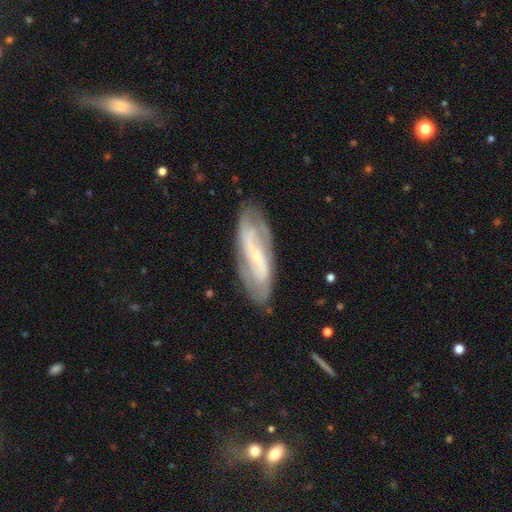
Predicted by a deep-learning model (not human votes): smooth_or_featured: featured or disk (p=0.77) [alt: smooth p=0.17]
disk_edge_on: no (p=0.87) [alt: yes p=0.13]
bar: weak (p=0.36) [alt: no p=0.32]
has_spiral_arms: yes (p=0.86) [alt: no p=0.14]
spiral_winding: tight (p=0.39) [tied with: medium p=0.39]
spiral_arm_count: 2 (p=0.60) [alt: can't tell p=0.26]
bulge_size: small (p=0.79) [alt: moderate p=0.15]
merging: none (p=0.78) [alt: minor disturbance p=0.16]